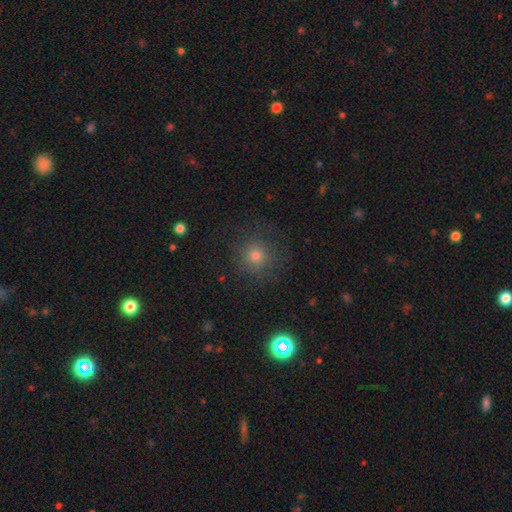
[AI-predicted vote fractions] Smooth or featured?
  - smooth: 69% *
  - star or artifact: 20%
  - featured or disk: 10%
How rounded?
  - round: 94% *
  - in between: 5%
  - cigar-shaped: 1%
Merging?
  - none: 84% *
  - minor disturbance: 9%
  - major disturbance: 5%
  - merger: 1%